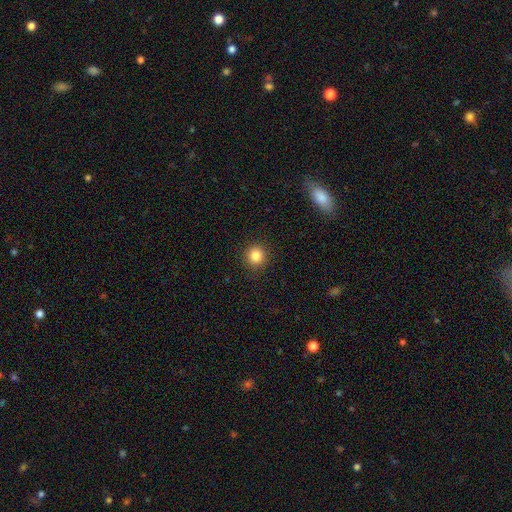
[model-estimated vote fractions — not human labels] Morphology: type=smooth (84%); roundness=round (94%); merging=none (92%).